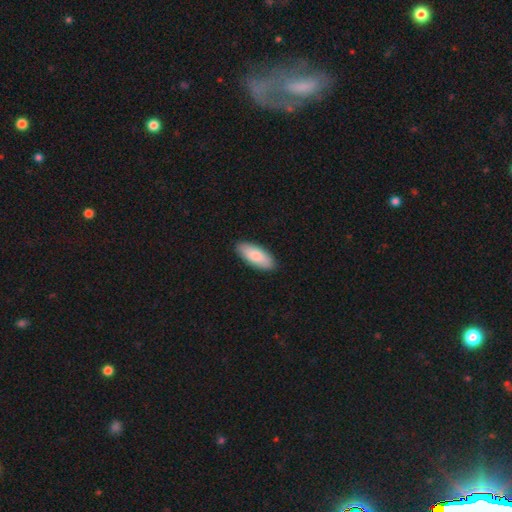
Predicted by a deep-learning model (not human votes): The model was most divided on "how rounded": in between: 82%, cigar-shaped: 16%, round: 2%. More confident: merging — none (90%); smooth or featured — smooth (85%).